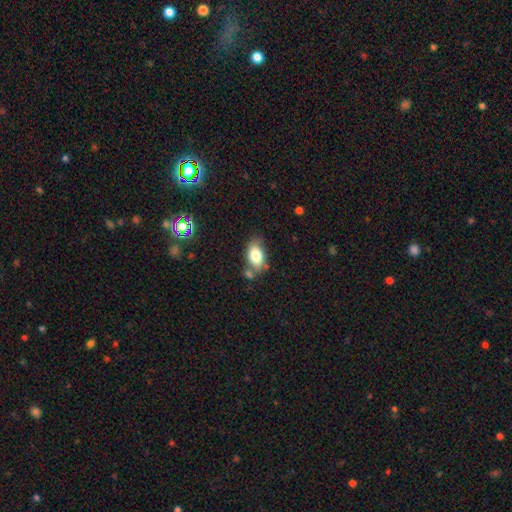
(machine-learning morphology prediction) smooth-or-featured: smooth: 79% | featured or disk: 13% | star or artifact: 9%
  how-rounded: in between: 89% | round: 9% | cigar-shaped: 2%
  merging: none: 61% | minor disturbance: 21% | merger: 13% | major disturbance: 5%